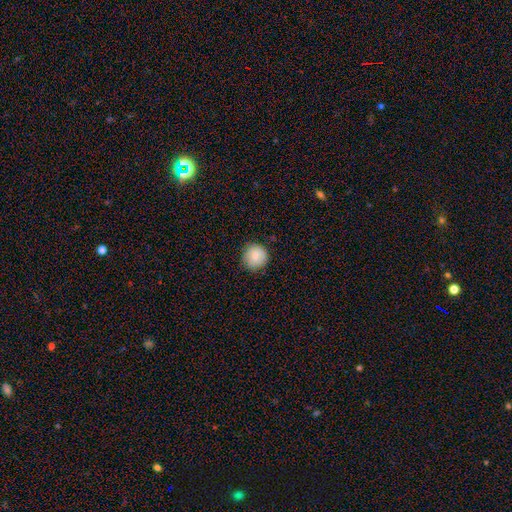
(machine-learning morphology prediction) Smooth or featured?
  - smooth: 84% *
  - featured or disk: 8%
  - star or artifact: 8%
How rounded?
  - round: 94% *
  - in between: 5%
  - cigar-shaped: 1%
Merging?
  - none: 86% *
  - minor disturbance: 11%
  - major disturbance: 2%
  - merger: 1%